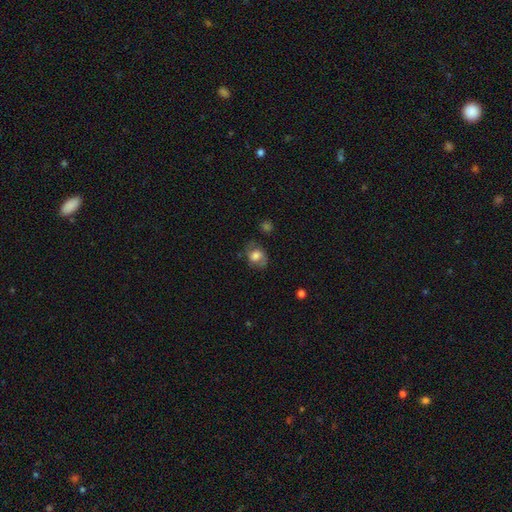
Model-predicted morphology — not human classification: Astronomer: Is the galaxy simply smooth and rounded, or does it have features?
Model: smooth — 58% (runner-up: featured or disk, 33%).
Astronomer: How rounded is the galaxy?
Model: in between — 51% (runner-up: round, 48%).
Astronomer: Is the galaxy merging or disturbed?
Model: none — 62%.